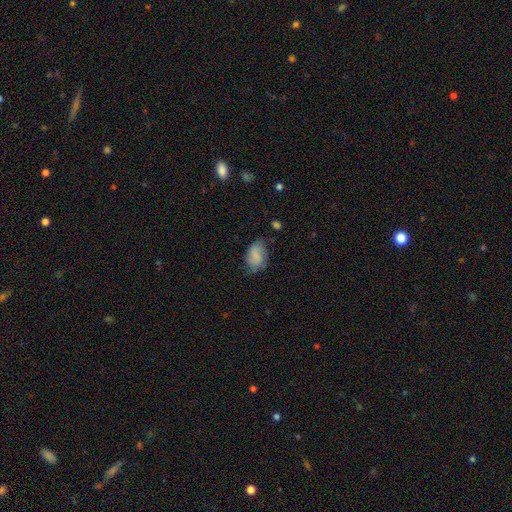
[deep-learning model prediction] This appears to be a smooth galaxy with no disk features (73%) that is in between round and cigar-shaped (86%). Merging: none (53%).